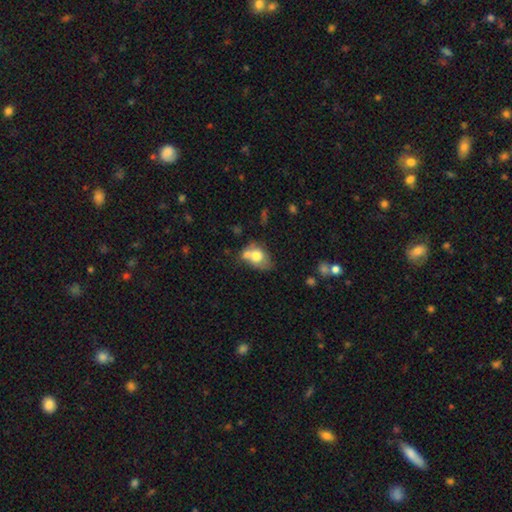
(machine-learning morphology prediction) Smooth or featured: smooth — 70% (featured or disk — 22%)
How rounded: in between — 66% (round — 33%)
Merging: merger — 40% (none — 32%)